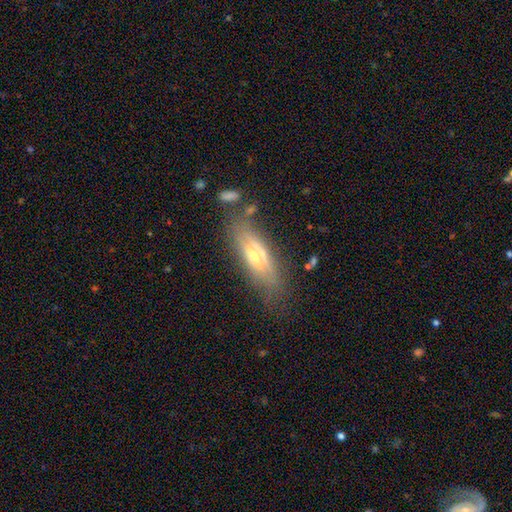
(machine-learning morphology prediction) type=featured or disk (49%); merging=none (69%).